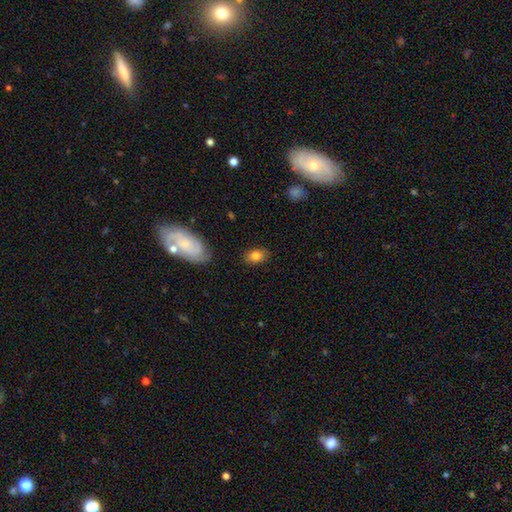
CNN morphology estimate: Smooth or featured?
  - smooth: 81% *
  - featured or disk: 11%
  - star or artifact: 9%
How rounded?
  - in between: 80% *
  - round: 19%
  - cigar-shaped: 2%
Merging?
  - none: 83% *
  - minor disturbance: 13%
  - major disturbance: 3%
  - merger: 1%